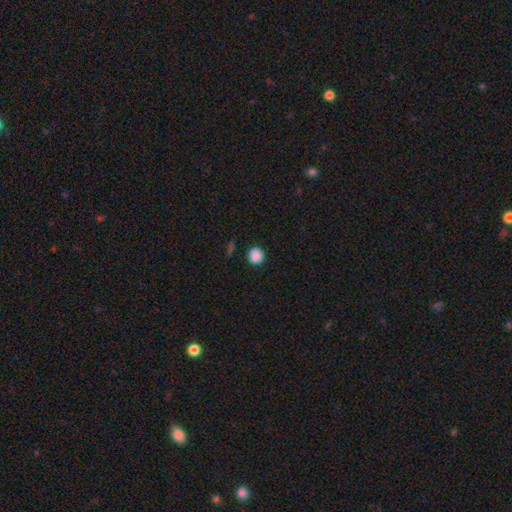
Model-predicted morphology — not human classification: type=smooth (88%); roundness=round (91%); merging=none (91%).